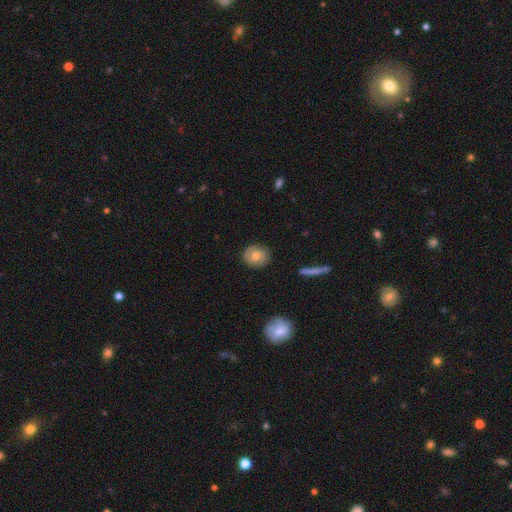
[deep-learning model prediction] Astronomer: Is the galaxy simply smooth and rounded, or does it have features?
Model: smooth — 70%.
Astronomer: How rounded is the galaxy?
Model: round — 80%.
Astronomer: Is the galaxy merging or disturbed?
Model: none — 85%.